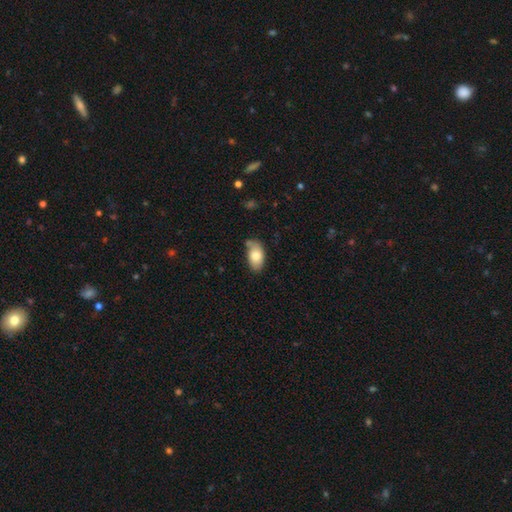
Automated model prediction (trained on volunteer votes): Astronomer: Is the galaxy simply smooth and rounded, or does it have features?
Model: smooth — 79%.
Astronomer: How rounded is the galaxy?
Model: in between — 93%.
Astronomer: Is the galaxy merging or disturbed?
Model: none — 63%.